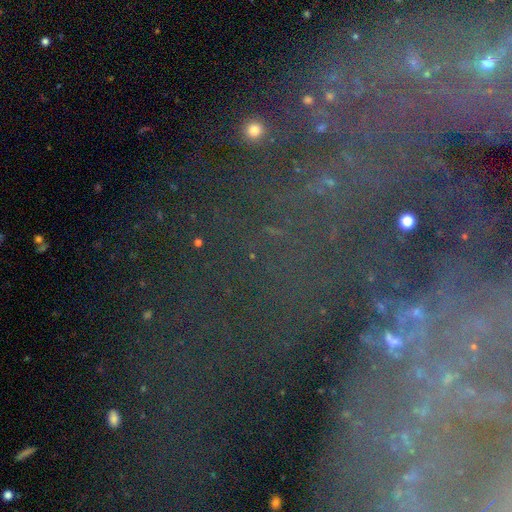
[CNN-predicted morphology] star or artifact 44%, featured or disk 40%, smooth 15%.